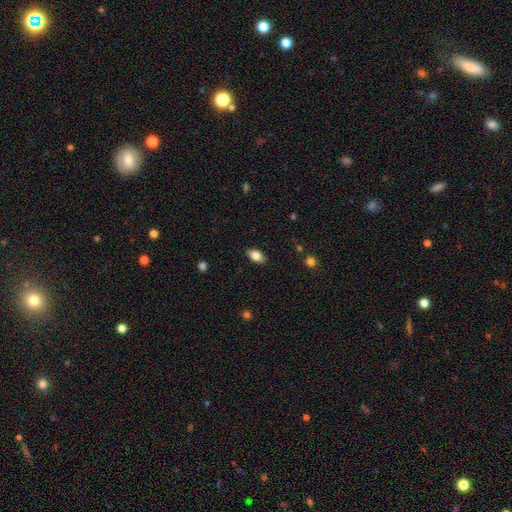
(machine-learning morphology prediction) A smooth galaxy with no disk features (83%) that is in between round and cigar-shaped (90%). Merging: none (86%).